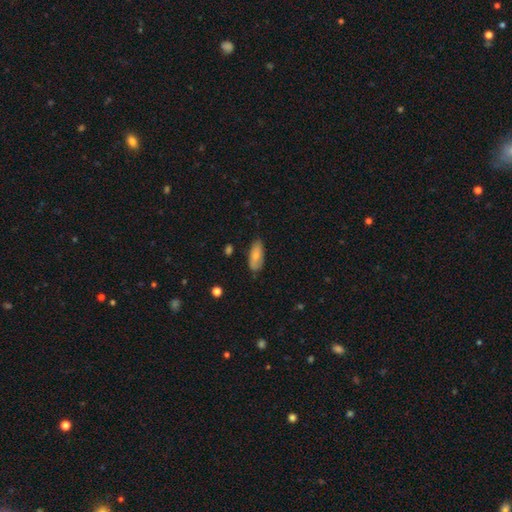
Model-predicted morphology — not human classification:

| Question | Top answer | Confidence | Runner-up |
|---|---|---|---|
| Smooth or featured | smooth | 77% | featured or disk (17%) |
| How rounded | in between | 84% | cigar-shaped (14%) |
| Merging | none | 73% | minor disturbance (22%) |